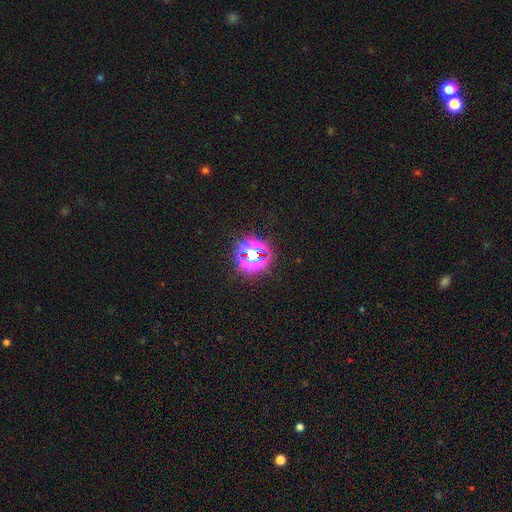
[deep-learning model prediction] This is likely a star or artifact rather than a galaxy (63%).